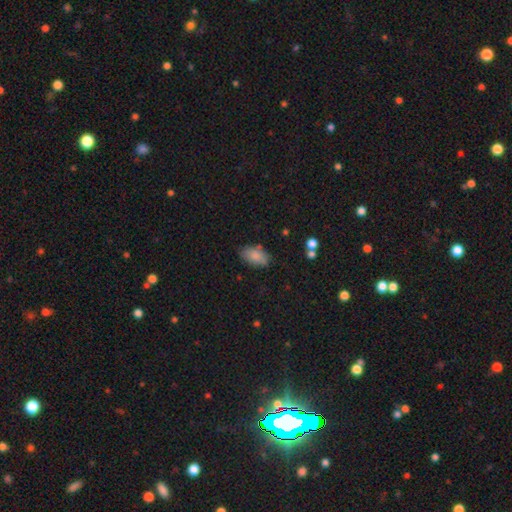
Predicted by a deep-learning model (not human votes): Smooth or featured: smooth — 84% (featured or disk — 9%)
How rounded: in between — 92% (round — 6%)
Merging: none — 74% (minor disturbance — 19%)